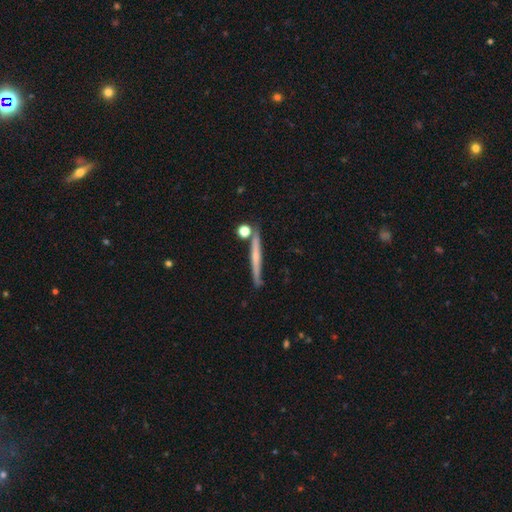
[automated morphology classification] Smooth or featured? Predicted: featured or disk (p=0.54). Edge-on disk? Predicted: yes (p=0.96). Edge-on bulge? Predicted: none (p=0.54). Merging? Predicted: none (p=0.81).